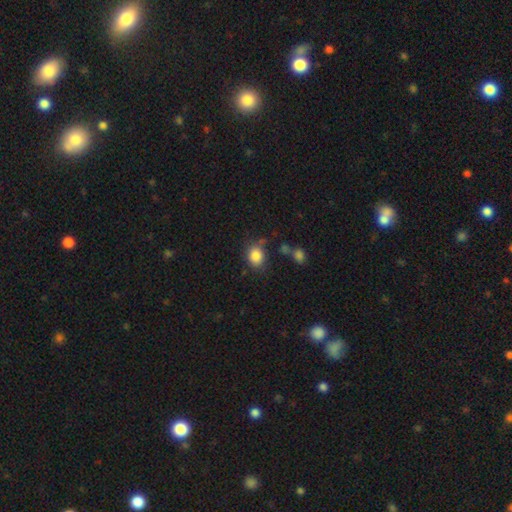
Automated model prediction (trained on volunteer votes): This is clearly a smooth galaxy (86%). How rounded: possibly round (58%). Merging: likely none (74%).